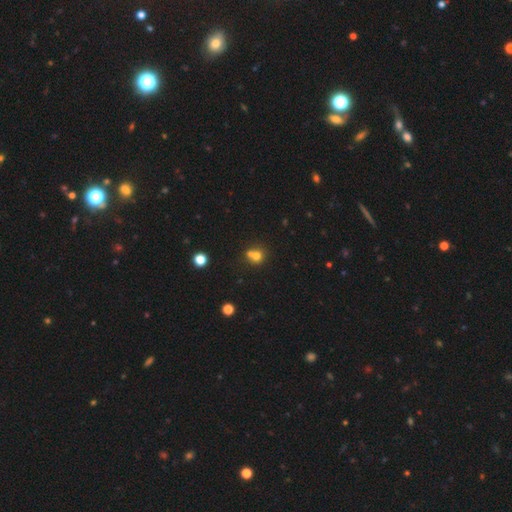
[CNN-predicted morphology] This appears to be a smooth galaxy with no disk features (70%) that is round (82%). Merging: merger (49%).